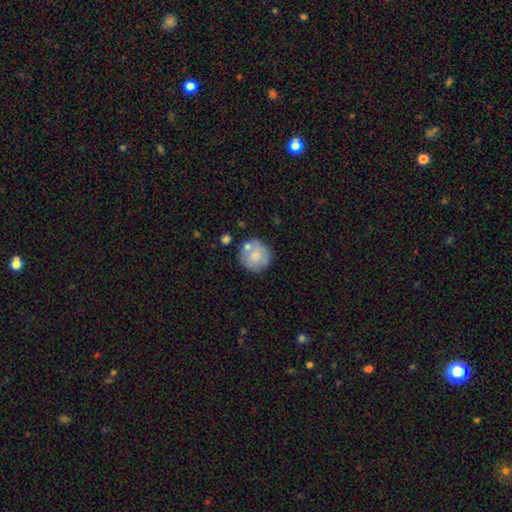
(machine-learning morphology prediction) This appears to be a smooth galaxy with no disk features (72%) that is round (93%). Merging: none (69%).